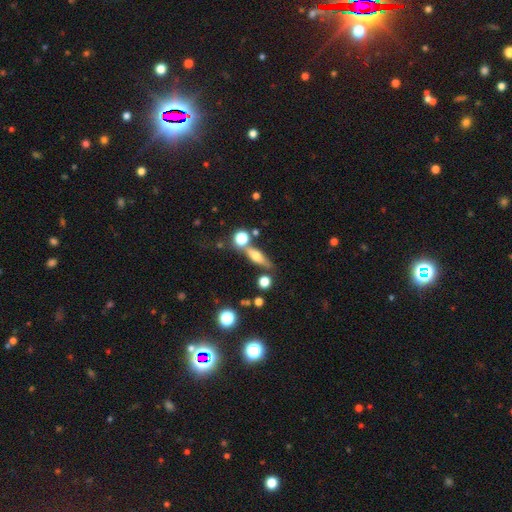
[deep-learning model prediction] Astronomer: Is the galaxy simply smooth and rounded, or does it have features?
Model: featured or disk — 45%, tied with smooth at 45%.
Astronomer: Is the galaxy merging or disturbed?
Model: none — 65%.